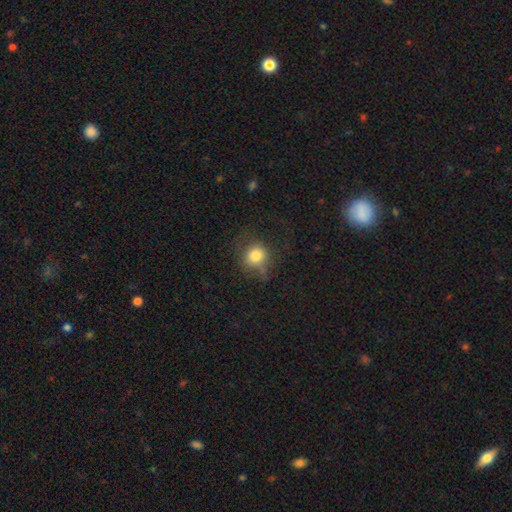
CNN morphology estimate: smooth_or_featured: smooth (p=0.78) [alt: star or artifact p=0.12]
how_rounded: round (p=0.85) [alt: in between p=0.14]
merging: none (p=0.61) [alt: minor disturbance p=0.22]